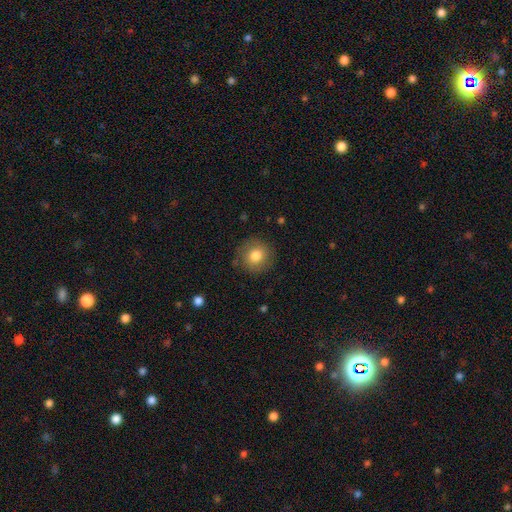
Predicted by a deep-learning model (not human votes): This is likely a smooth galaxy (78%). How rounded: clearly round (91%). Merging: clearly none (84%).